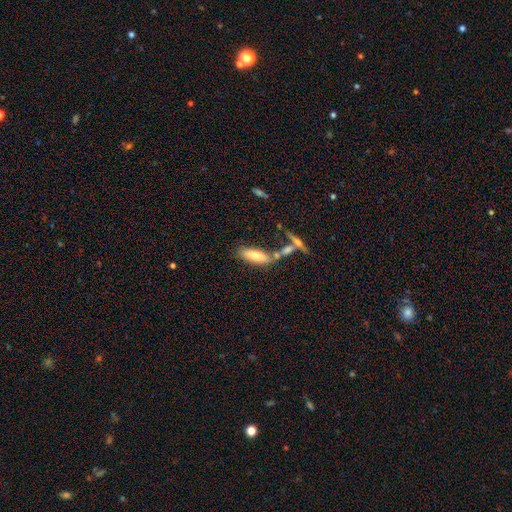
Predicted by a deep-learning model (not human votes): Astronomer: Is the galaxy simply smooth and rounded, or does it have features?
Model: smooth — 74%.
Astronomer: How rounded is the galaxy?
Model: in between — 56% (runner-up: cigar-shaped, 42%).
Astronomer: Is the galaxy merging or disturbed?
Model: none — 60%.